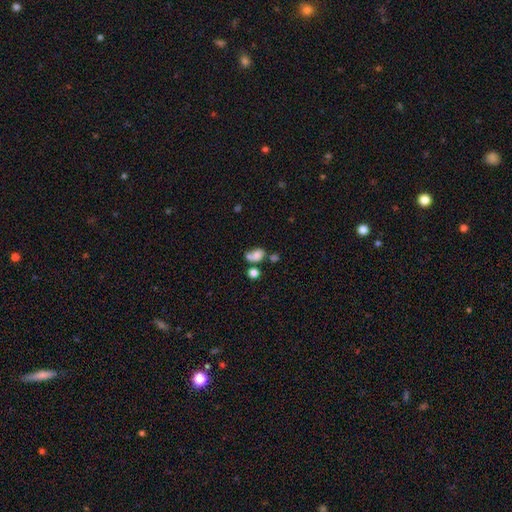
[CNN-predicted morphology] Smooth or featured: smooth — 67% (featured or disk — 19%)
How rounded: in between — 67% (round — 30%)
Merging: merger — 40% (none — 29%)